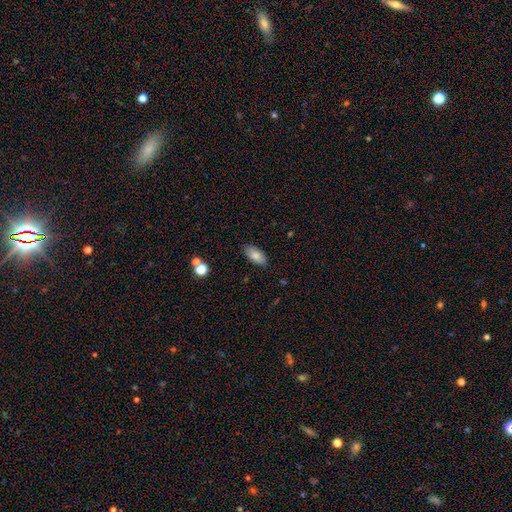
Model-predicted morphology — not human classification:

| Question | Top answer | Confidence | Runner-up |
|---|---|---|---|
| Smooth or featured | smooth | 82% | featured or disk (11%) |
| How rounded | in between | 91% | cigar-shaped (6%) |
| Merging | none | 86% | minor disturbance (10%) |